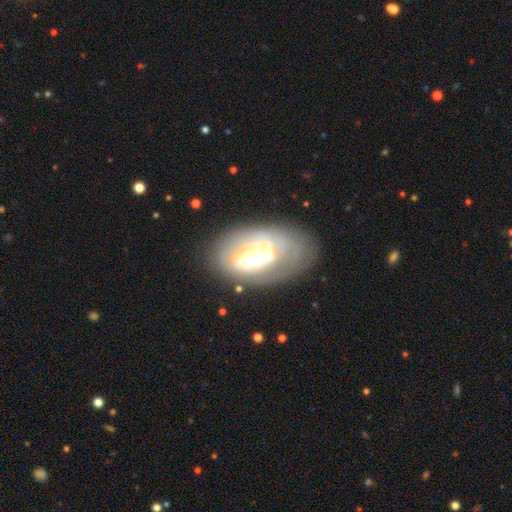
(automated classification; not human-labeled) A featured or disk galaxy (70%) with no bar (67%), spiral arms (73%) and a small central bulge (43%). Merging: none (58%).